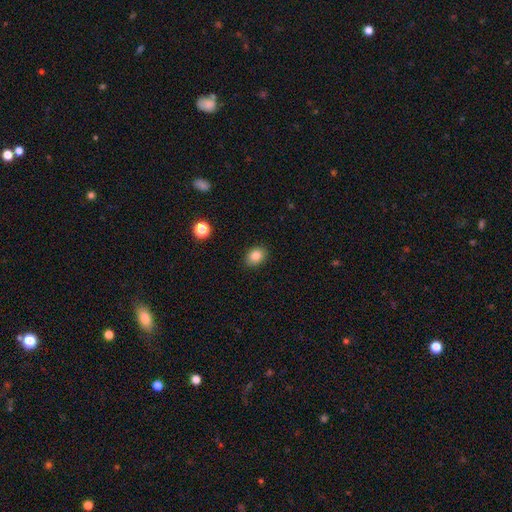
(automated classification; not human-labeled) Morphology: type=smooth (84%); roundness=in between (65%); merging=none (89%).